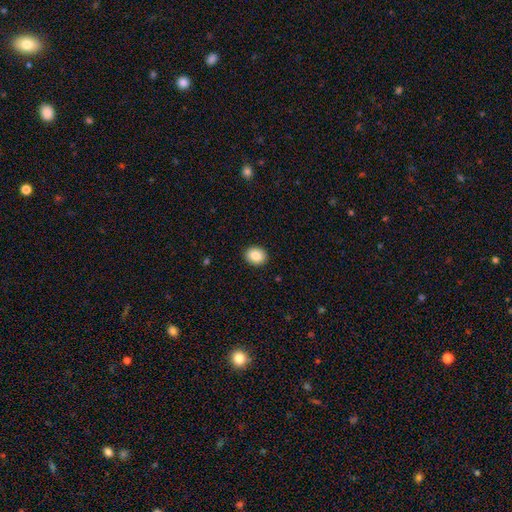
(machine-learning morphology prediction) This appears to be a smooth galaxy with no disk features (87%) that is round (55%). Merging: none (91%).